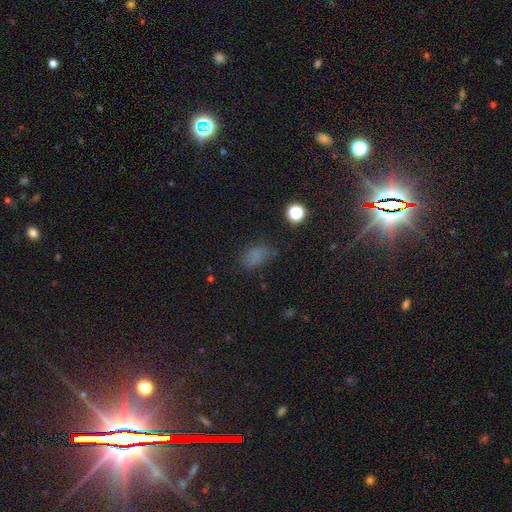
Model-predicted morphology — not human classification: Smooth or featured? smooth (69%)
How rounded? in between (85%)
Merging? none (63%)